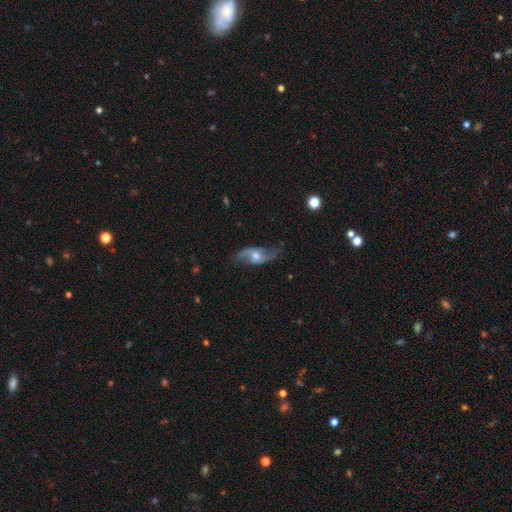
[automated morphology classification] A featured or disk galaxy (84%) with no bar (51%), 2 (92%) loose (77%) spiral arms (95%) and a moderate central bulge (57%). Merging: none (75%).